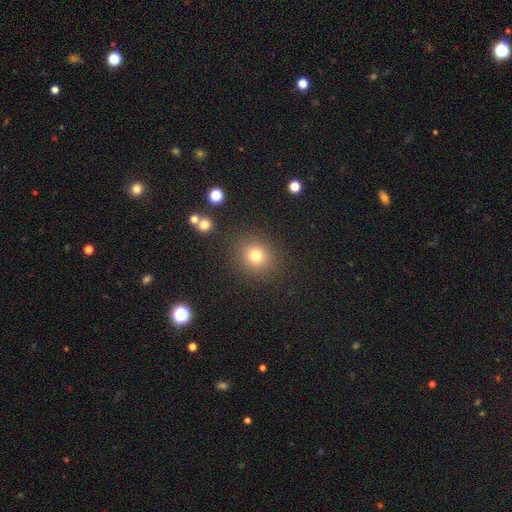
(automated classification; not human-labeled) Smooth or featured: smooth — 77% (star or artifact — 15%)
How rounded: round — 85% (in between — 14%)
Merging: none — 87% (minor disturbance — 7%)